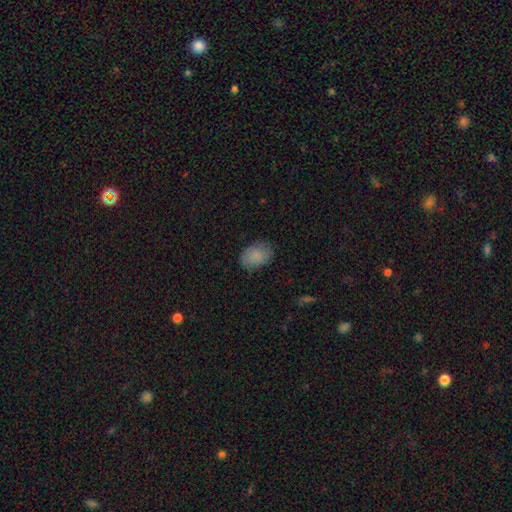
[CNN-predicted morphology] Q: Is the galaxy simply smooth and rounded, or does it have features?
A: smooth — 85%.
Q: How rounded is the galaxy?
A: in between — 80%.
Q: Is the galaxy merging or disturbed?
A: none — 79%.